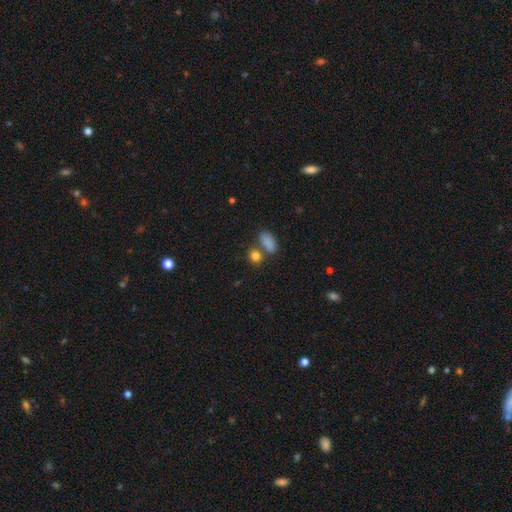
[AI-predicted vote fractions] Q: Smooth or featured?
A: smooth (83%); runner-up: star or artifact (11%)
Q: How rounded?
A: in between (51%); runner-up: round (47%)
Q: Merging?
A: none (59%); runner-up: merger (26%)